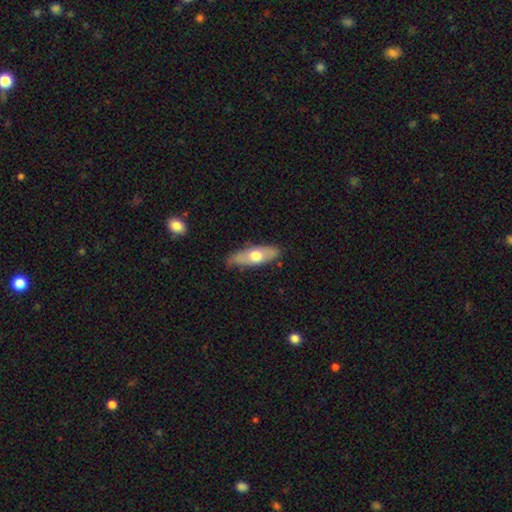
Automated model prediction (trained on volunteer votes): A smooth galaxy with no disk features (56%) that is in between round and cigar-shaped (63%). Merging: none (74%).